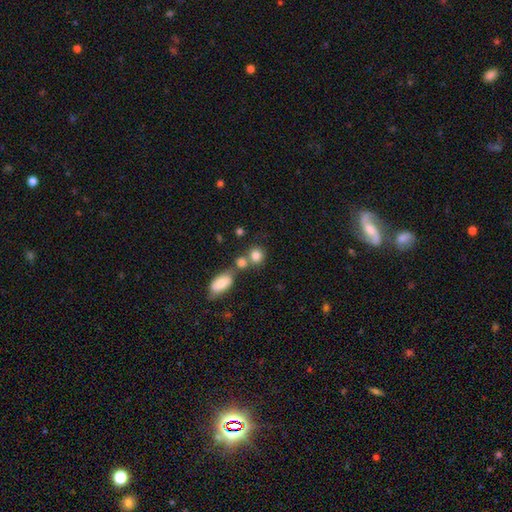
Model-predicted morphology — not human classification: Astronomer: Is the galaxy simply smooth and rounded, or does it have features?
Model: smooth — 82%.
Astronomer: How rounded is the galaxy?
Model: round — 77%.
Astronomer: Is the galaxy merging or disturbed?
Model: none — 54% (runner-up: merger, 33%).